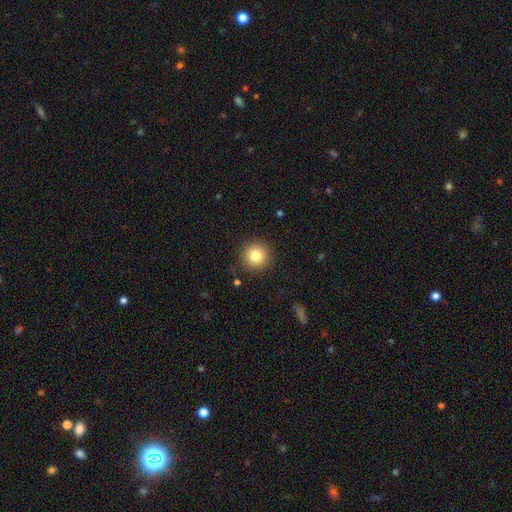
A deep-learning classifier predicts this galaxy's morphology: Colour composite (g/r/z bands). It shows a smooth galaxy with no disk features (80%) that is round (95%). Merging: none (90%).